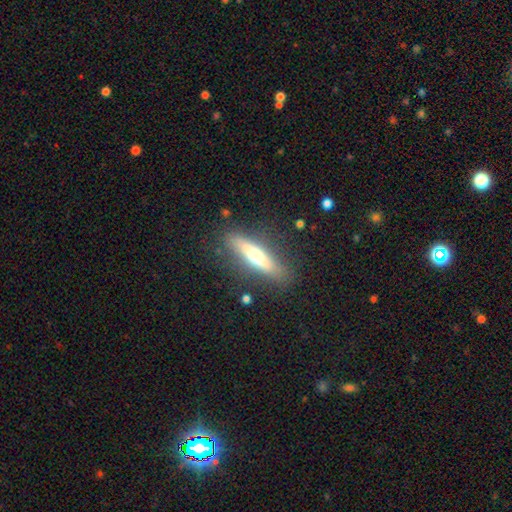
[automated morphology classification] Q: Smooth or featured?
A: featured or disk (49%); runner-up: smooth (44%)
Q: Merging?
A: none (83%); runner-up: minor disturbance (11%)